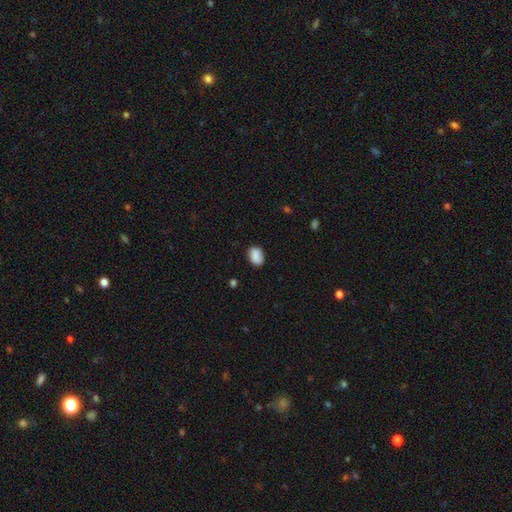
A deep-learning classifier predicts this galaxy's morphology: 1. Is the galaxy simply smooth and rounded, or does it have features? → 85% smooth, 8% star or artifact, 7% featured or disk.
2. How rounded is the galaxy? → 80% in between, 19% round, 1% cigar-shaped.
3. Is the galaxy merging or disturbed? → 79% none, 15% minor disturbance, 3% major disturbance, 2% merger.